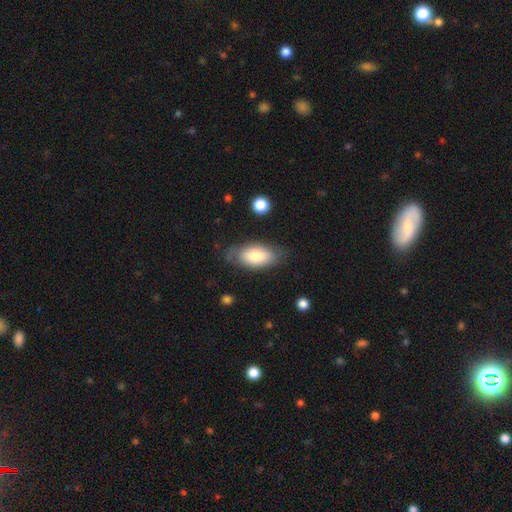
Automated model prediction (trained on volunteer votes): The model was most divided on "merging": none: 67%, minor disturbance: 23%, major disturbance: 8%, merger: 2%. More confident: how rounded — in between (92%); smooth or featured — smooth (72%).